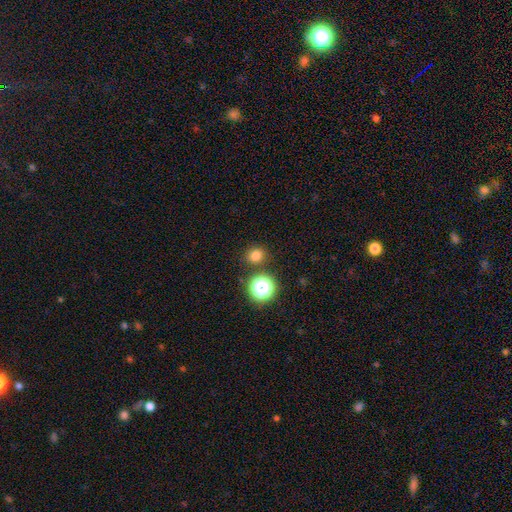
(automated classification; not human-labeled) Smooth or featured? Predicted: smooth (p=0.76). How rounded? Predicted: round (p=0.77). Merging? Predicted: none (p=0.84).